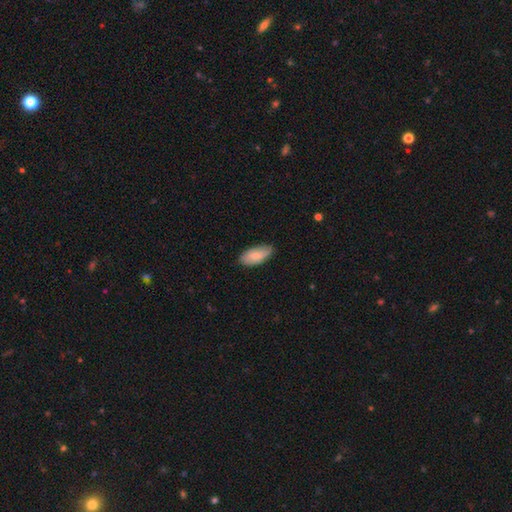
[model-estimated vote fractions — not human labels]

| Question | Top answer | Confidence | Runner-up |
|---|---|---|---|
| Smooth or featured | smooth | 79% | featured or disk (15%) |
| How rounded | in between | 91% | cigar-shaped (7%) |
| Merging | none | 80% | minor disturbance (17%) |